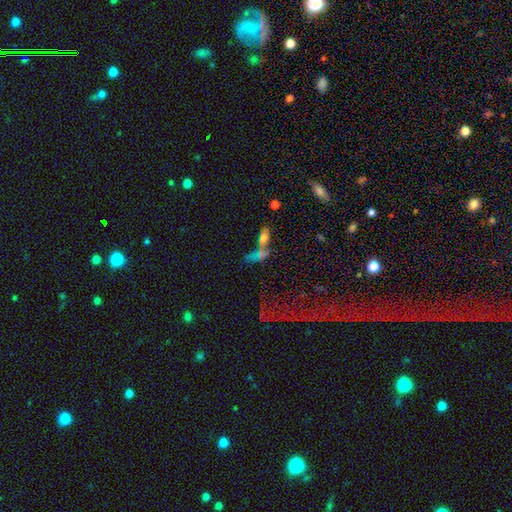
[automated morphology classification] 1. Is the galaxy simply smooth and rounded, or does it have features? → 48% smooth, 30% featured or disk, 22% star or artifact.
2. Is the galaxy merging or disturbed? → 50% merger, 29% none, 11% major disturbance, 10% minor disturbance.